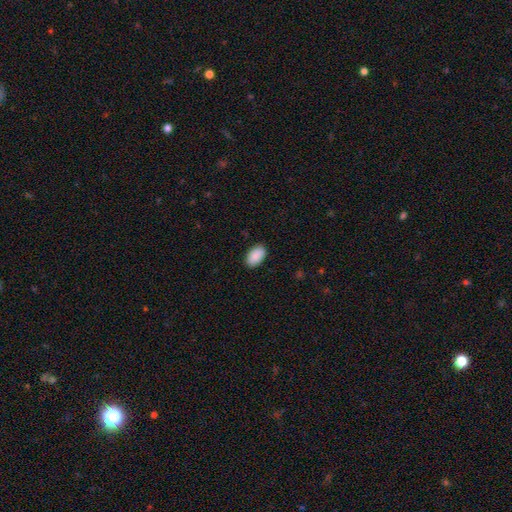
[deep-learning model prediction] smooth_or_featured: smooth (p=0.91) [alt: star or artifact p=0.06]
how_rounded: in between (p=0.94) [alt: round p=0.05]
merging: none (p=0.89) [alt: minor disturbance p=0.08]